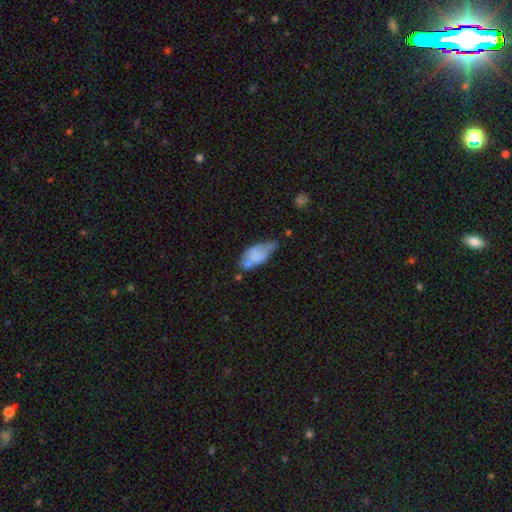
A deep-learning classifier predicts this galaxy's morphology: Overall: smooth (63%; featured or disk 28%). How rounded: in between (88%). Merging: minor disturbance (36%; none 27%).